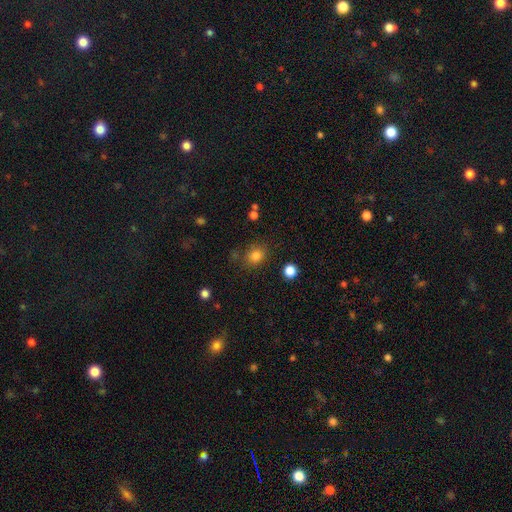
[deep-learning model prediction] A smooth galaxy with no disk features (82%) that is round (67%). Merging: none (79%).